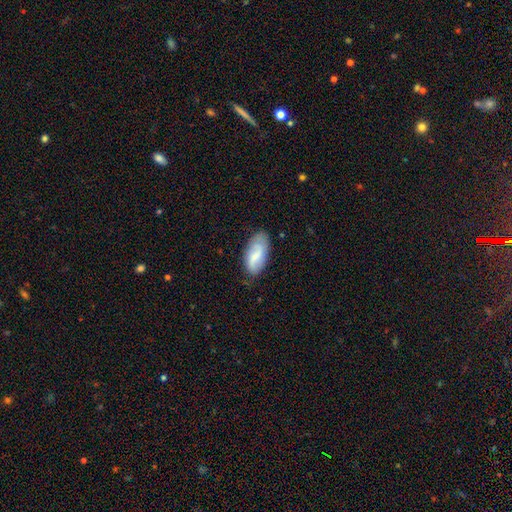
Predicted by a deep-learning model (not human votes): smooth 64%, featured or disk 30%, star or artifact 6%. Down the decision tree: how rounded — in between (90%); merging — none (73%).